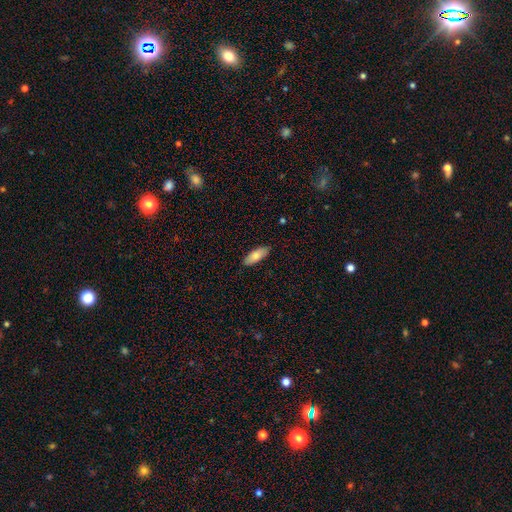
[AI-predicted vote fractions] This appears to be a smooth galaxy with no disk features (78%) that is in between round and cigar-shaped (71%). Merging: none (89%).